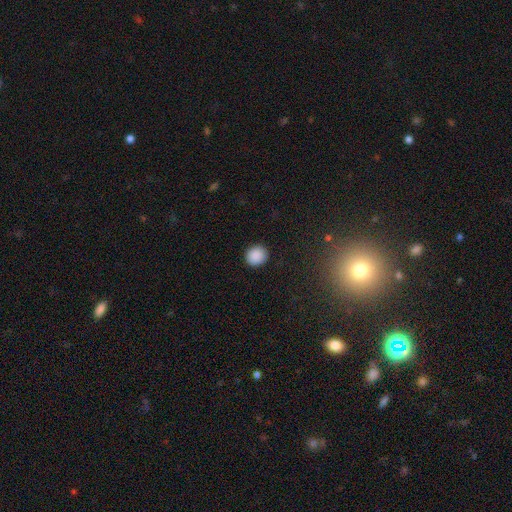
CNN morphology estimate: A smooth galaxy with no disk features (89%) that is round (86%).

Vote fractions:
- Smooth or featured? smooth: 89% / star or artifact: 8% / featured or disk: 3%
- How rounded? round: 86% / in between: 13% / cigar-shaped: 1%
- Merging? none: 91% / minor disturbance: 6% / major disturbance: 2% / merger: 1%